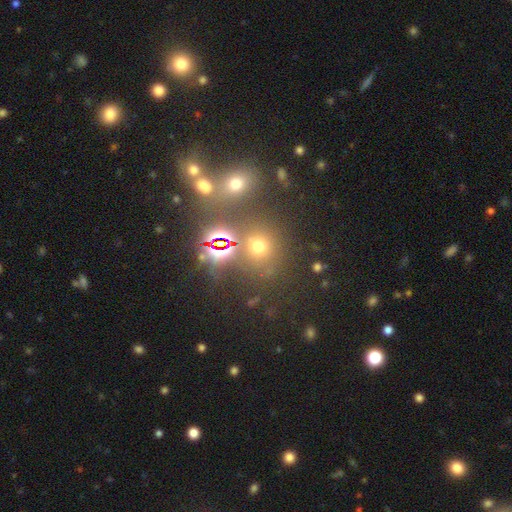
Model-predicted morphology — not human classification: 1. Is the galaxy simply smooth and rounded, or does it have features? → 55% star or artifact, 35% smooth, 10% featured or disk.